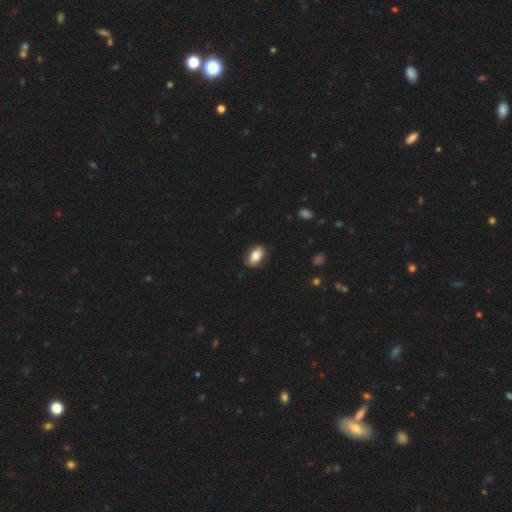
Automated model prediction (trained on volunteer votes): This is likely a smooth galaxy (78%). How rounded: clearly in between (89%). Merging: clearly none (85%).